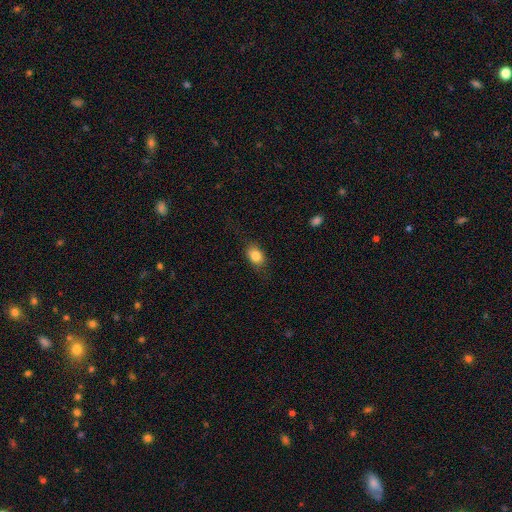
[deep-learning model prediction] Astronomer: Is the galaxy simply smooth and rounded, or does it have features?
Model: smooth — 82%.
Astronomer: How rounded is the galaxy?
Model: in between — 74%.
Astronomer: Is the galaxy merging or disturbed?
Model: none — 79%.